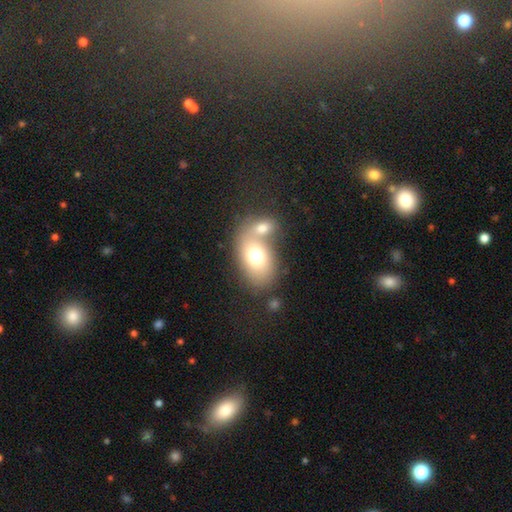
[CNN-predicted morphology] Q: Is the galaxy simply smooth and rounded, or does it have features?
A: smooth — 71%.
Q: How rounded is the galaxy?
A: in between — 82%.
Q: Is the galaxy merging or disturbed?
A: merger — 52%.